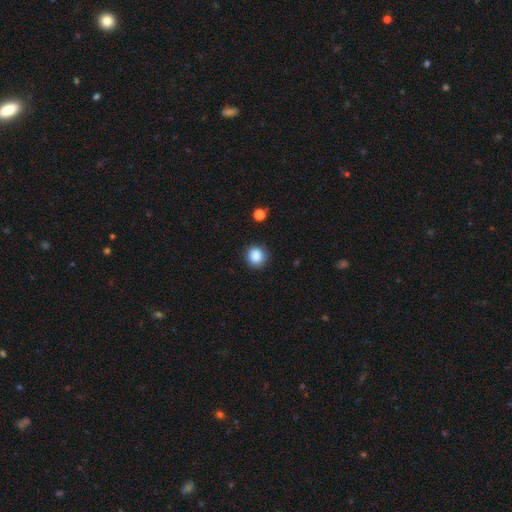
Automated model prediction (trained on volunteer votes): Morphology: type=smooth (85%); roundness=round (88%); merging=none (87%).